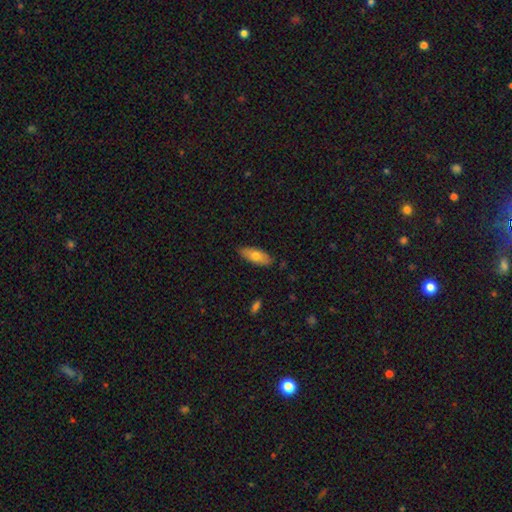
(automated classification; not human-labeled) Q: Smooth or featured?
A: smooth (68%); runner-up: featured or disk (25%)
Q: How rounded?
A: in between (75%); runner-up: cigar-shaped (23%)
Q: Merging?
A: none (84%); runner-up: minor disturbance (13%)